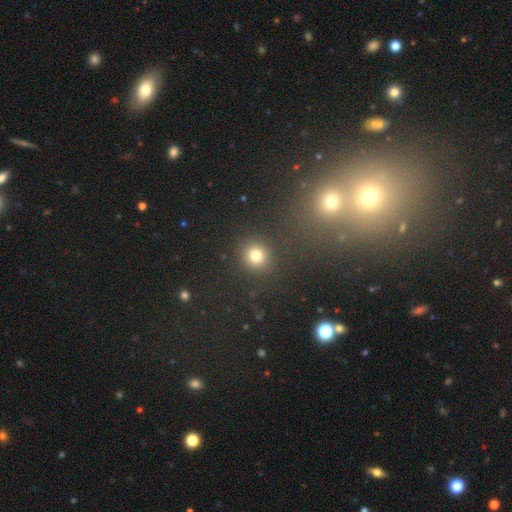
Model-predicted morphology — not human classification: This appears to be a smooth galaxy with no disk features (77%) that is round (89%). Merging: none (87%).